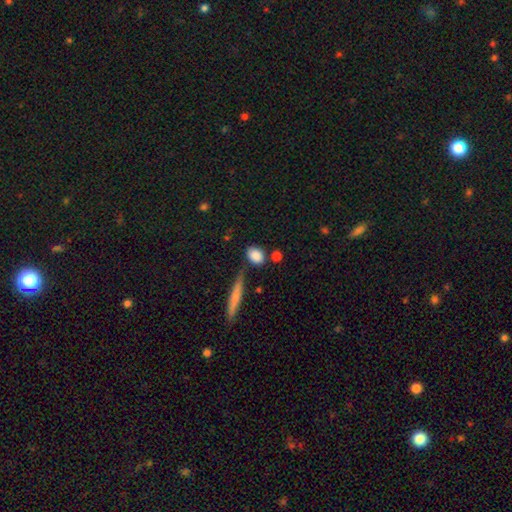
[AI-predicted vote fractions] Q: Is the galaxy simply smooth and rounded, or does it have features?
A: smooth — 86%.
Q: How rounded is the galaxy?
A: in between — 59%.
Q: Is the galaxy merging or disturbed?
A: none — 72%.